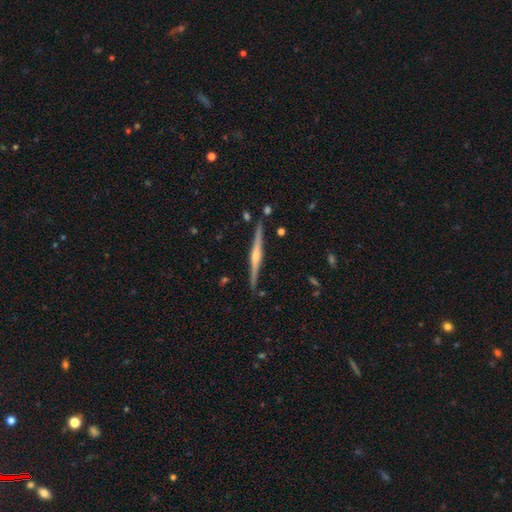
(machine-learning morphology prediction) This is clearly a featured or disk galaxy (82%). It is clearly viewed edge-on (98%). Edge-on bulge: clearly rounded (84%). Merging: clearly none (88%).